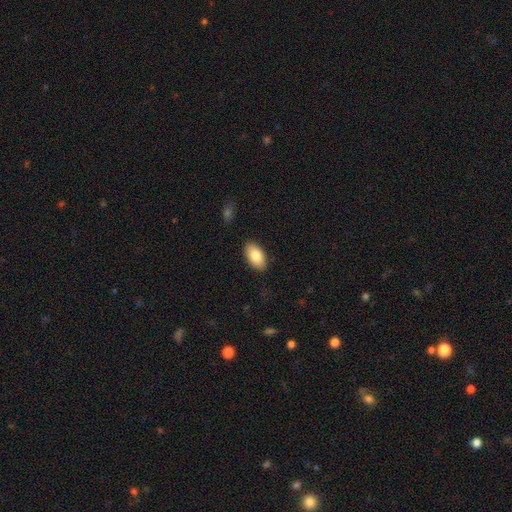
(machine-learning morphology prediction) The model was most divided on "smooth or featured": smooth: 84%, featured or disk: 10%, star or artifact: 6%. More confident: how rounded — in between (94%); merging — none (88%).